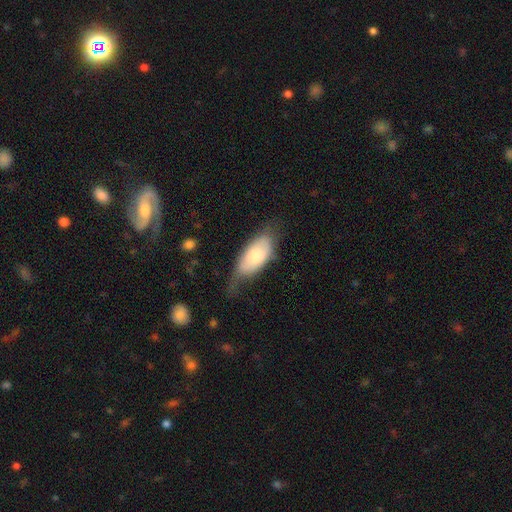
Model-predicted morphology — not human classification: Smooth or featured? Predicted: smooth (p=0.71). How rounded? Predicted: in between (p=0.89). Merging? Predicted: minor disturbance (p=0.39).